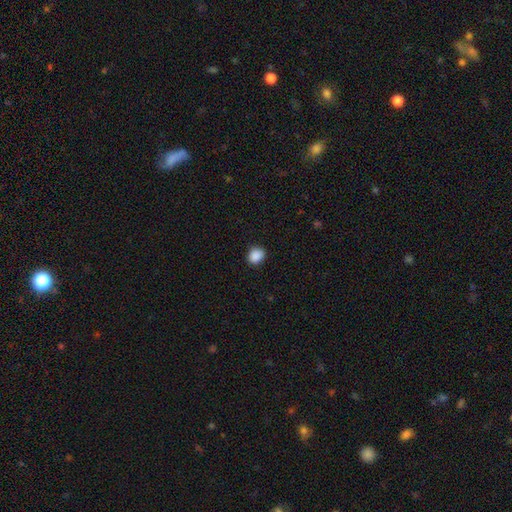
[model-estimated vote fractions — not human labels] Smooth or featured: smooth — 89% (star or artifact — 9%)
How rounded: round — 65% (in between — 35%)
Merging: none — 89% (minor disturbance — 8%)